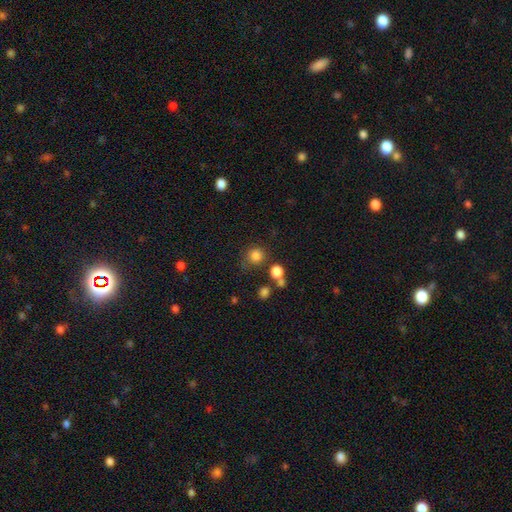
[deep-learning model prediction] This appears to be a smooth galaxy with no disk features (82%) that is round (90%). Merging: none (72%).